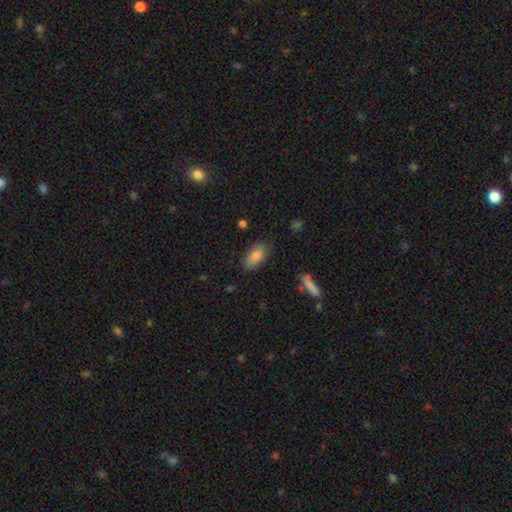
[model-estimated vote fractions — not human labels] Overall: smooth (81%). How rounded: in between (88%). Merging: none (81%).